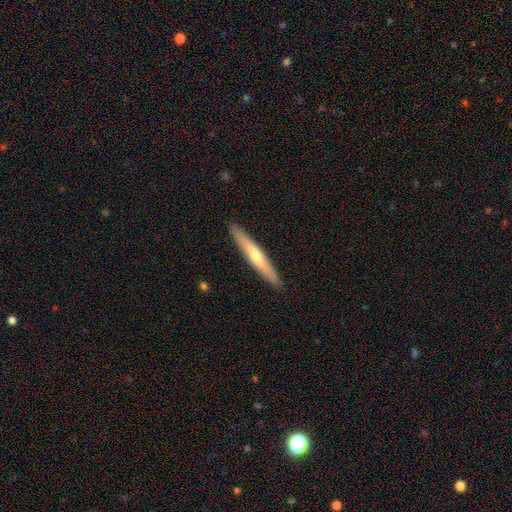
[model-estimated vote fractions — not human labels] A smooth galaxy with no disk features (48%). Merging: none (91%).